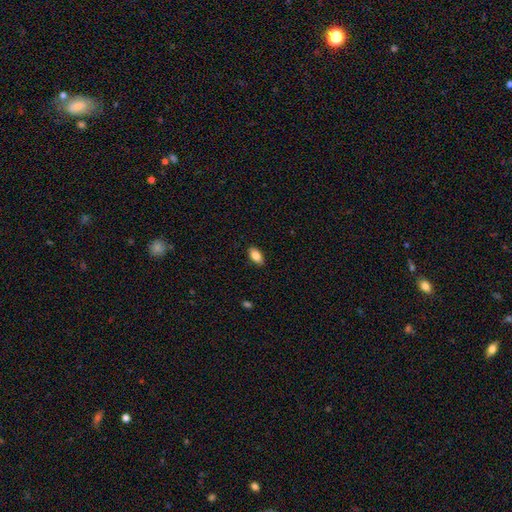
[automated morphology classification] Smooth or featured?
  - smooth: 84% *
  - featured or disk: 9%
  - star or artifact: 7%
How rounded?
  - in between: 91% *
  - cigar-shaped: 5%
  - round: 3%
Merging?
  - none: 88% *
  - minor disturbance: 9%
  - major disturbance: 2%
  - merger: 1%